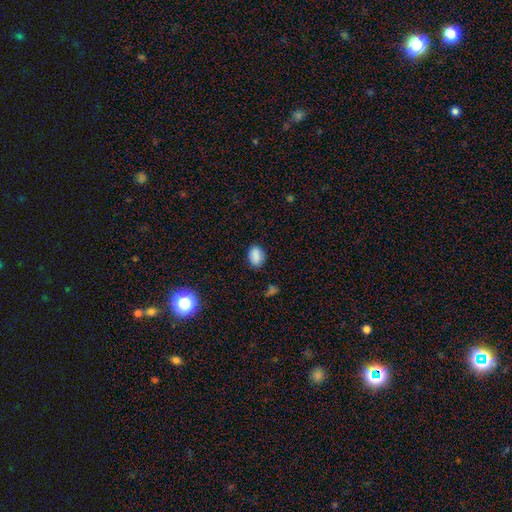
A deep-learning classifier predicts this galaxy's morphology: Smooth or featured? Predicted: smooth (p=0.86). How rounded? Predicted: in between (p=0.77). Merging? Predicted: none (p=0.81).